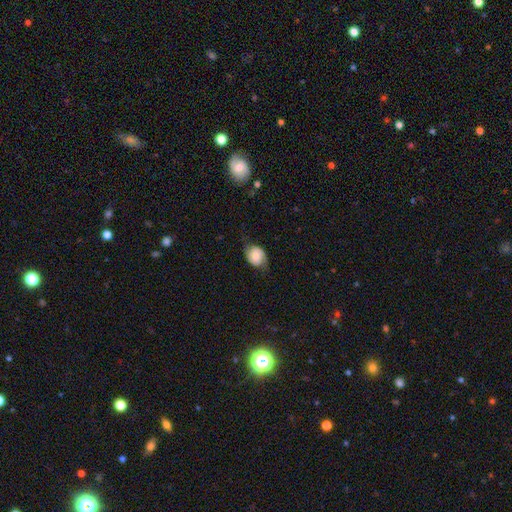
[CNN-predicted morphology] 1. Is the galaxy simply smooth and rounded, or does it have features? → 49% smooth, 43% featured or disk, 9% star or artifact.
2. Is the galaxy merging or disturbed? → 65% none, 24% minor disturbance, 9% major disturbance, 1% merger.